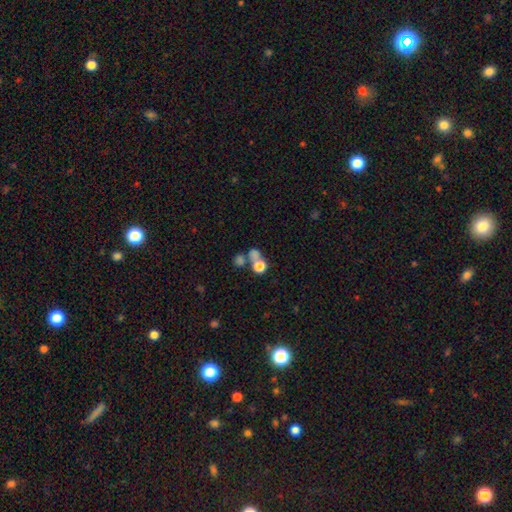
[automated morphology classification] A smooth galaxy with no disk features (67%) that is round (76%).

Vote fractions:
- Smooth or featured? smooth: 67% / star or artifact: 20% / featured or disk: 13%
- How rounded? round: 76% / in between: 23% / cigar-shaped: 2%
- Merging? merger: 43% / none: 41% / minor disturbance: 8% / major disturbance: 8%